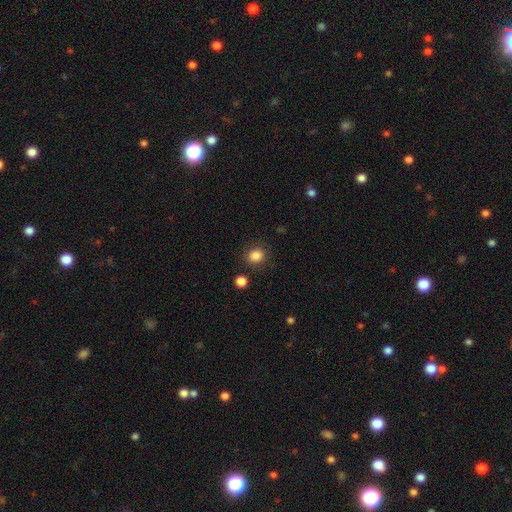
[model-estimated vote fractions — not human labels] smooth_or_featured: smooth (p=0.86) [alt: star or artifact p=0.11]
how_rounded: round (p=0.77) [alt: in between p=0.22]
merging: none (p=0.84) [alt: minor disturbance p=0.09]